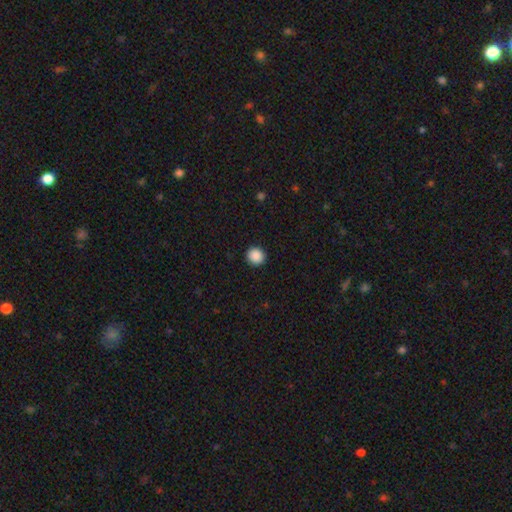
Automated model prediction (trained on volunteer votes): Smooth or featured: smooth — 89% (star or artifact — 9%)
How rounded: round — 91% (in between — 8%)
Merging: none — 92% (minor disturbance — 5%)